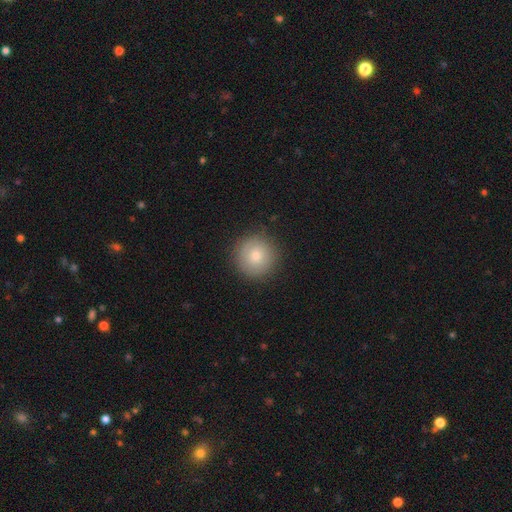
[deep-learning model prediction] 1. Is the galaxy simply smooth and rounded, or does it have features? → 78% smooth, 14% featured or disk, 8% star or artifact.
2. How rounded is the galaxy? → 95% round, 4% in between, 1% cigar-shaped.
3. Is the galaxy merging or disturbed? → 87% none, 9% minor disturbance, 3% major disturbance, 1% merger.